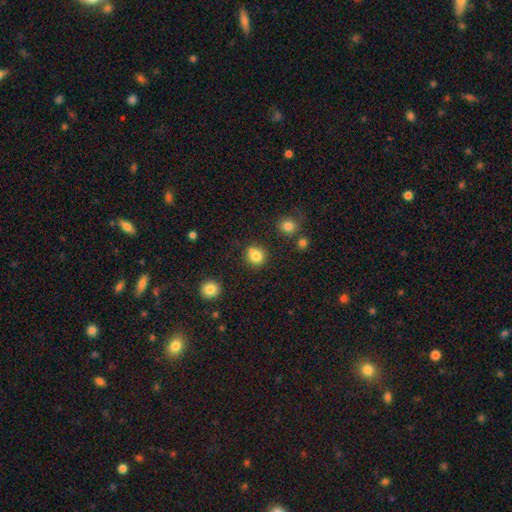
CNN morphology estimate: The model was most divided on "merging": none: 68%, minor disturbance: 14%, merger: 13%, major disturbance: 4%. More confident: how rounded — round (83%); smooth or featured — smooth (80%).